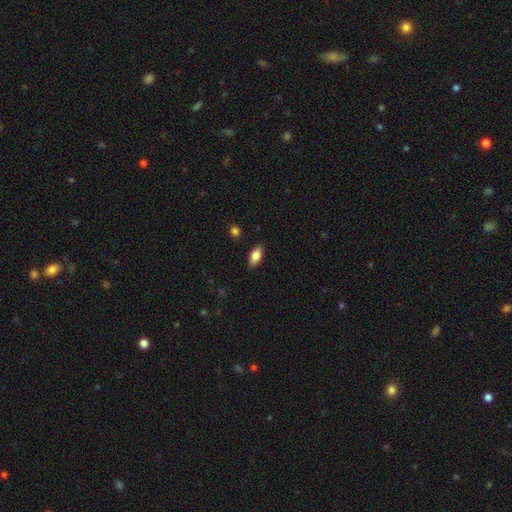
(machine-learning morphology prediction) Smooth or featured? Predicted: smooth (p=0.76). How rounded? Predicted: in between (p=0.84). Merging? Predicted: none (p=0.86).